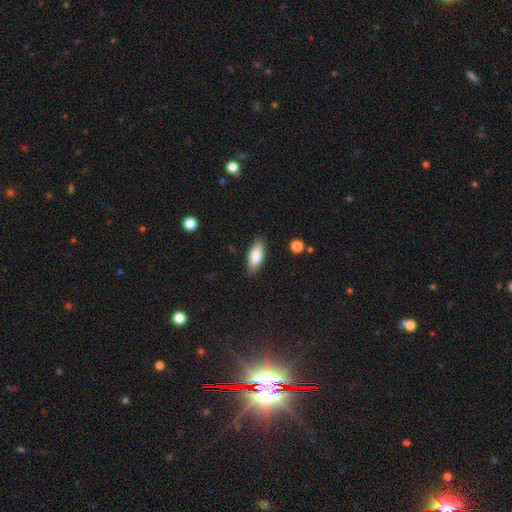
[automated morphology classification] smooth_or_featured: smooth (p=0.81) [alt: featured or disk p=0.13]
how_rounded: in between (p=0.79) [alt: cigar-shaped p=0.18]
merging: none (p=0.87) [alt: minor disturbance p=0.09]